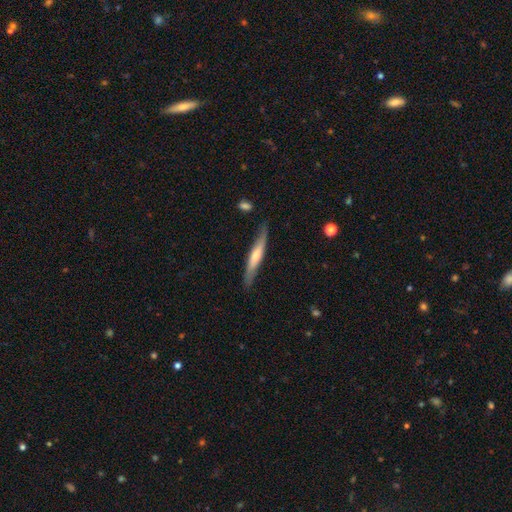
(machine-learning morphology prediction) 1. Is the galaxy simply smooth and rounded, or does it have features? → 52% smooth, 43% featured or disk, 5% star or artifact.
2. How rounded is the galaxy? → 91% cigar-shaped, 8% in between, 1% round.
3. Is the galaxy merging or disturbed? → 79% none, 15% minor disturbance, 3% major disturbance, 2% merger.